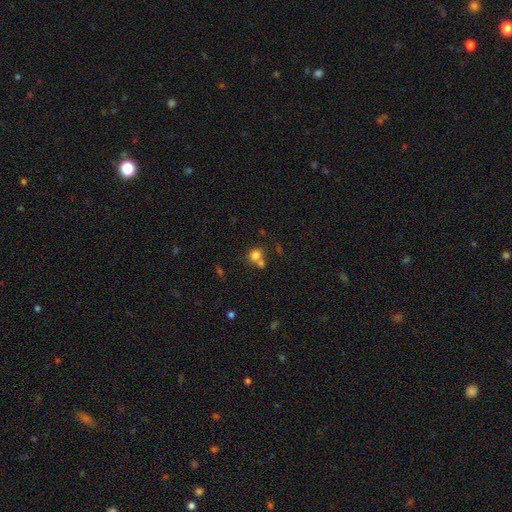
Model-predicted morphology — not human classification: type=smooth (77%); roundness=round (77%); merging=none (47%).